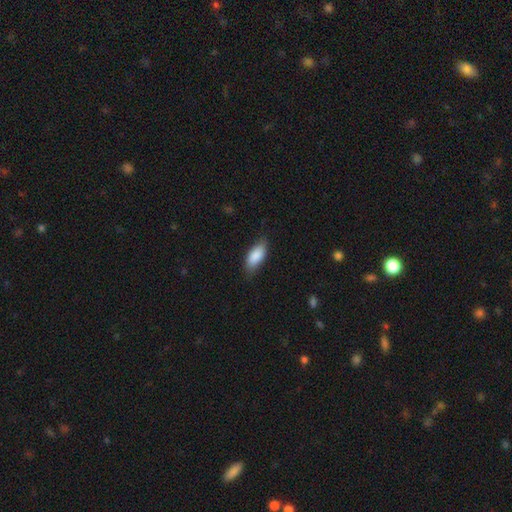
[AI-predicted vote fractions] smooth-or-featured: smooth: 86% | featured or disk: 8% | star or artifact: 6%
  how-rounded: in between: 86% | cigar-shaped: 12% | round: 2%
  merging: none: 75% | minor disturbance: 20% | major disturbance: 4% | merger: 1%